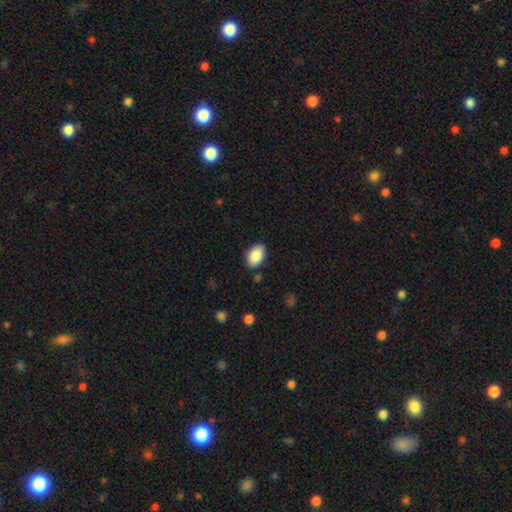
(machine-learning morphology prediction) smooth_or_featured: smooth (p=0.87) [alt: star or artifact p=0.07]
how_rounded: in between (p=0.91) [alt: round p=0.08]
merging: none (p=0.86) [alt: minor disturbance p=0.10]